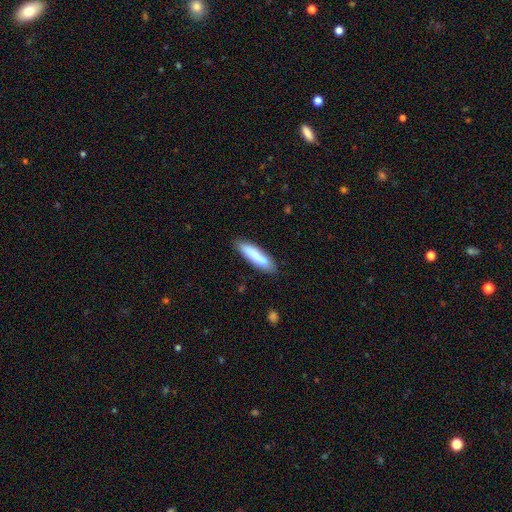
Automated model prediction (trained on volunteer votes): Overall: smooth (83%). How rounded: cigar-shaped (76%). Merging: none (83%).